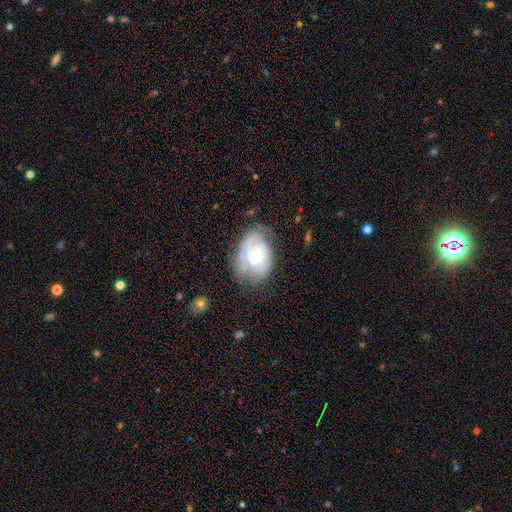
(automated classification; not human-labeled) This is likely a featured or disk galaxy (63%). It is clearly not viewed edge-on (96%). Bar: likely no (71%). Spiral arm pattern: likely yes (68%). Central bulge: possibly small (49%). Merging: possibly none (54%).